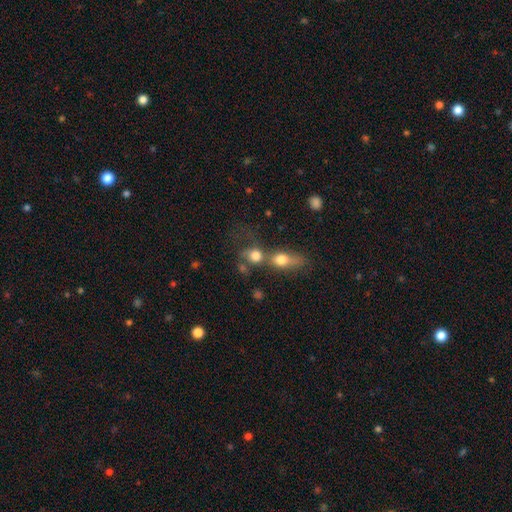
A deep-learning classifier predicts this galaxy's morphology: smooth_or_featured: smooth (p=0.73) [alt: featured or disk p=0.16]
how_rounded: round (p=0.62) [alt: in between p=0.34]
merging: merger (p=0.61) [alt: none p=0.22]